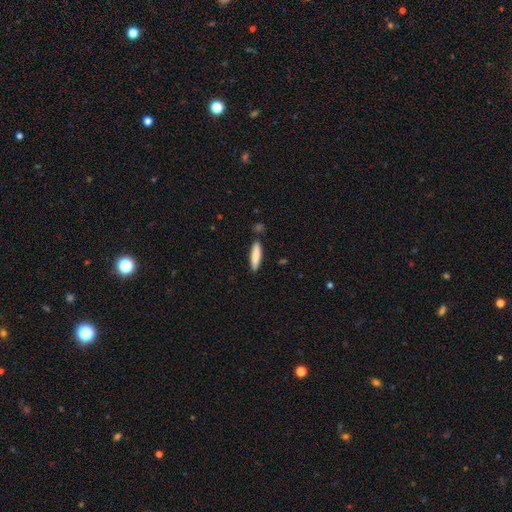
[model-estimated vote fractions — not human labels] Q: Smooth or featured?
A: smooth (81%); runner-up: featured or disk (14%)
Q: How rounded?
A: cigar-shaped (78%); runner-up: in between (21%)
Q: Merging?
A: none (83%); runner-up: minor disturbance (11%)